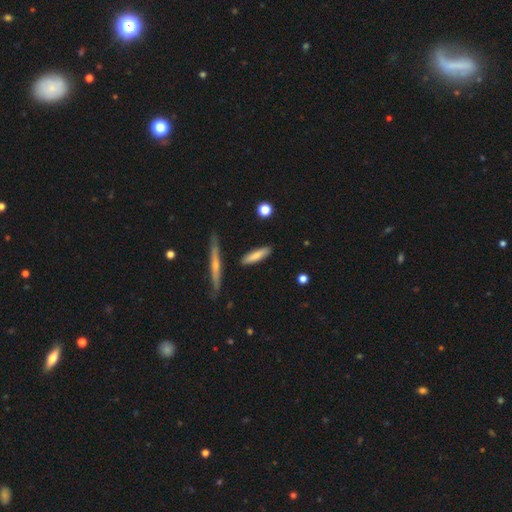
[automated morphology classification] Smooth or featured? Predicted: smooth (p=0.73). How rounded? Predicted: cigar-shaped (p=0.74). Merging? Predicted: none (p=0.84).